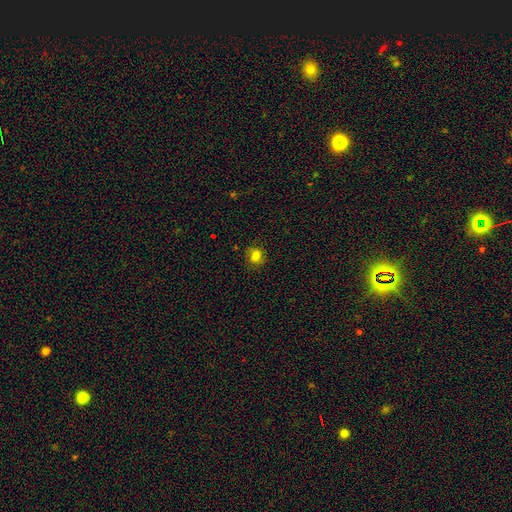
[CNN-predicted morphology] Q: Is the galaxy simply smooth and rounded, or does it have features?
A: smooth — 76%.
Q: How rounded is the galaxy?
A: round — 70%.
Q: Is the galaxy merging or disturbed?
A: none — 81%.